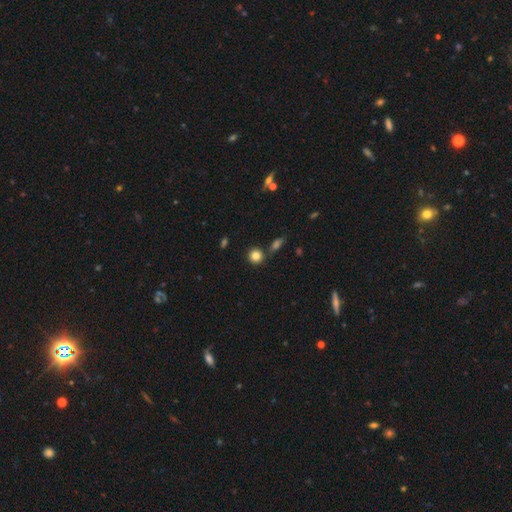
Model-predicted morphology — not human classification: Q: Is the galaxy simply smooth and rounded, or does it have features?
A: smooth — 83%.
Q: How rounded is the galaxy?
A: round — 90%.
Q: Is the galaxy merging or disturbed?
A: none — 79%.